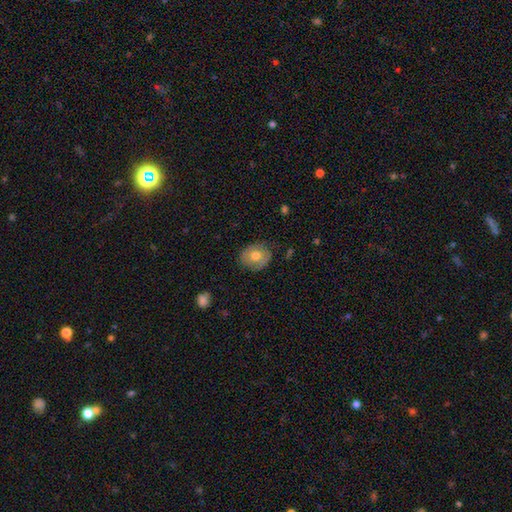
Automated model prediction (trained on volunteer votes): A smooth galaxy with no disk features (63%) that is round (58%). Merging: none (77%).